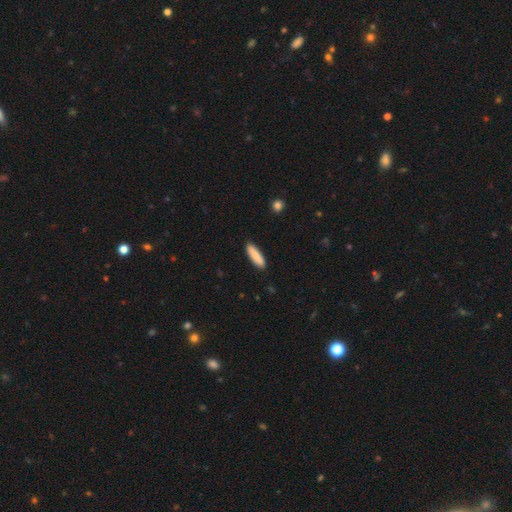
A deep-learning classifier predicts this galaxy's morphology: Smooth or featured? Predicted: smooth (p=0.86). How rounded? Predicted: cigar-shaped (p=0.66). Merging? Predicted: none (p=0.89).